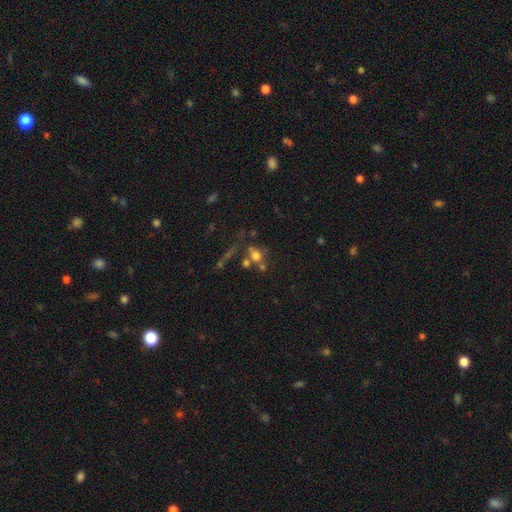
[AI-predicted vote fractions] This appears to be a smooth galaxy with no disk features (59%) that is in between round and cigar-shaped (49%). Merging: none (43%).